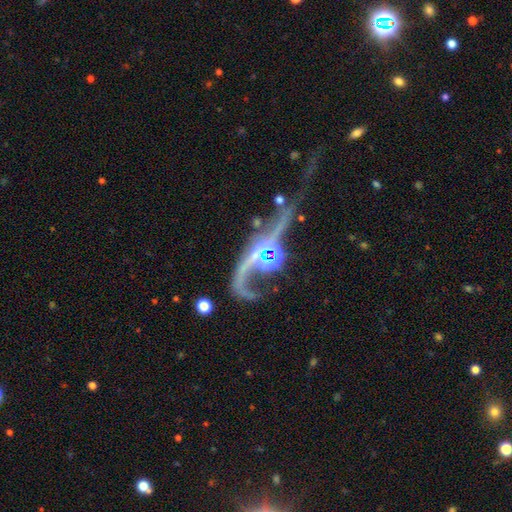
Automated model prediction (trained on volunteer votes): Overall: featured or disk (77%). Edge-on disk: no (83%). Bar: no (59%; weak 26%). Spiral arms: yes (77%). Bulge size: moderate (41%; small 25%). Merging: major disturbance (41%; merger 25%).